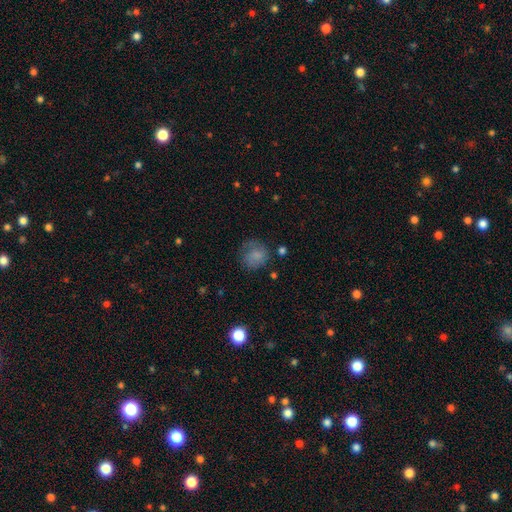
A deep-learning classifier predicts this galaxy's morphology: Smooth or featured: smooth — 71% (featured or disk — 19%)
How rounded: round — 79% (in between — 20%)
Merging: none — 58% (minor disturbance — 24%)